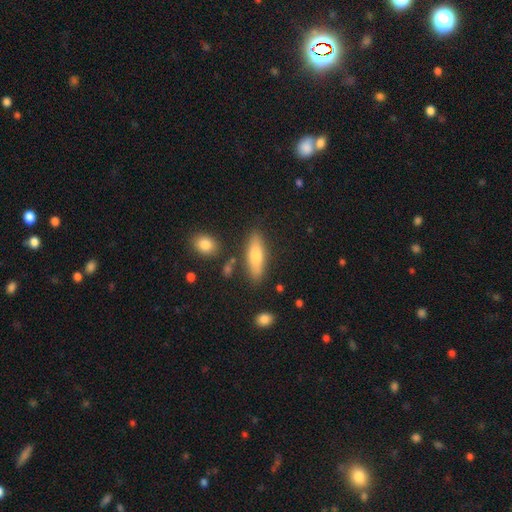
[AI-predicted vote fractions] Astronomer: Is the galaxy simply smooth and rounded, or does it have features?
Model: smooth — 70%.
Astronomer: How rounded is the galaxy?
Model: cigar-shaped — 52% (runner-up: in between, 45%).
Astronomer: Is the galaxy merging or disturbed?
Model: none — 80%.